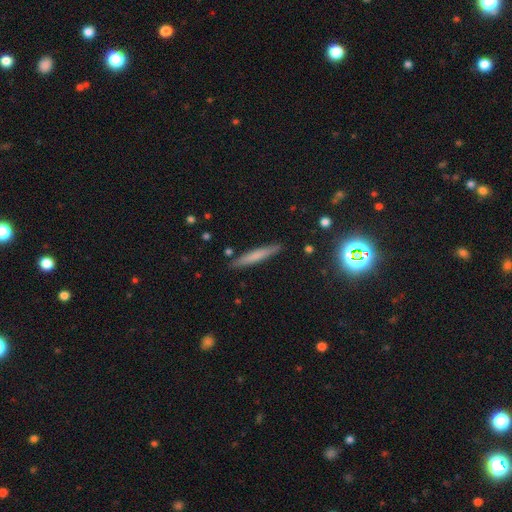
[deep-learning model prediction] Smooth or featured? Predicted: smooth (p=0.65). How rounded? Predicted: cigar-shaped (p=0.93). Merging? Predicted: none (p=0.89).